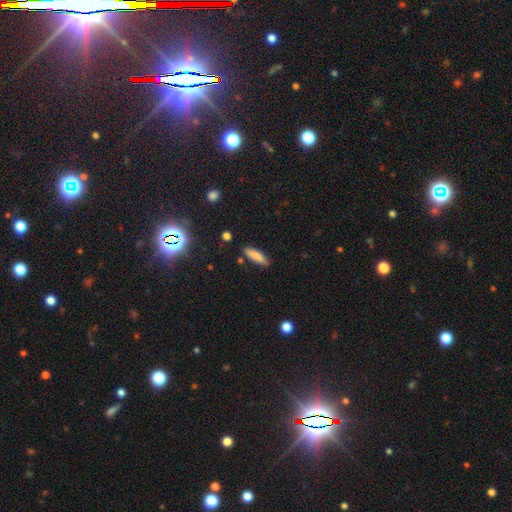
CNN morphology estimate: Smooth or featured?
  - smooth: 83% *
  - featured or disk: 9%
  - star or artifact: 8%
How rounded?
  - cigar-shaped: 68% *
  - in between: 31%
  - round: 2%
Merging?
  - none: 85% *
  - minor disturbance: 11%
  - major disturbance: 2%
  - merger: 2%